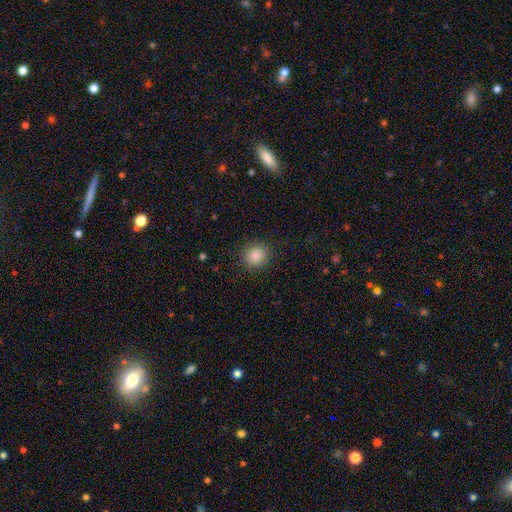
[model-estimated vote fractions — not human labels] This is clearly a smooth galaxy (86%). How rounded: likely round (78%). Merging: clearly none (89%).